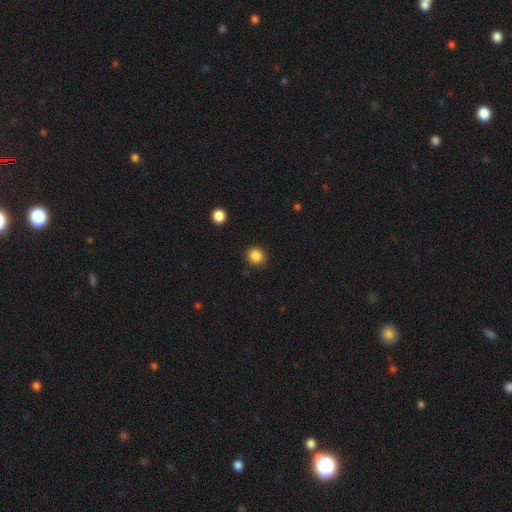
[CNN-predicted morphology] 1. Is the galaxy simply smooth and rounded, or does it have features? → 86% smooth, 10% star or artifact, 3% featured or disk.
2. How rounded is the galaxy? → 83% round, 16% in between, 1% cigar-shaped.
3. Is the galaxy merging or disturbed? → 87% none, 9% minor disturbance, 3% major disturbance, 1% merger.